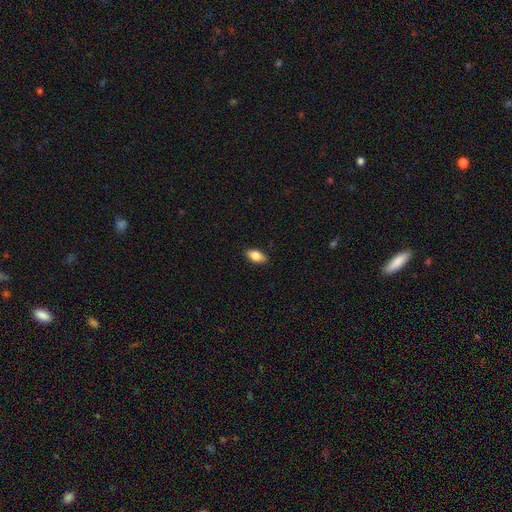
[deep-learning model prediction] The model was most divided on "smooth or featured": smooth: 81%, featured or disk: 12%, star or artifact: 7%. More confident: how rounded — in between (89%); merging — none (87%).